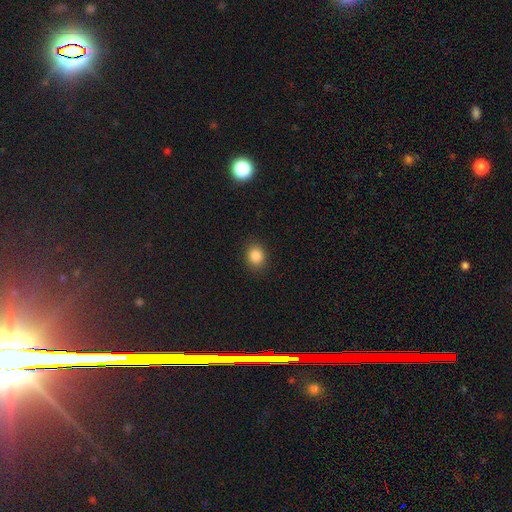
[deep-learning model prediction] smooth-or-featured: smooth: 85% | star or artifact: 10% | featured or disk: 4%
  how-rounded: round: 69% | in between: 30% | cigar-shaped: 1%
  merging: none: 89% | minor disturbance: 7% | major disturbance: 2% | merger: 1%